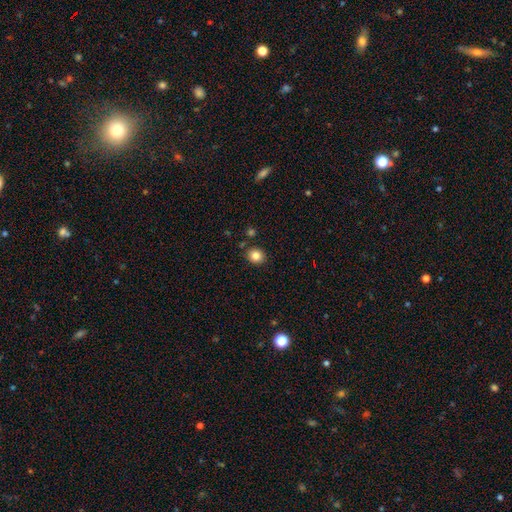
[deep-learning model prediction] Smooth or featured? smooth (84%)
How rounded? round (77%)
Merging? none (87%)